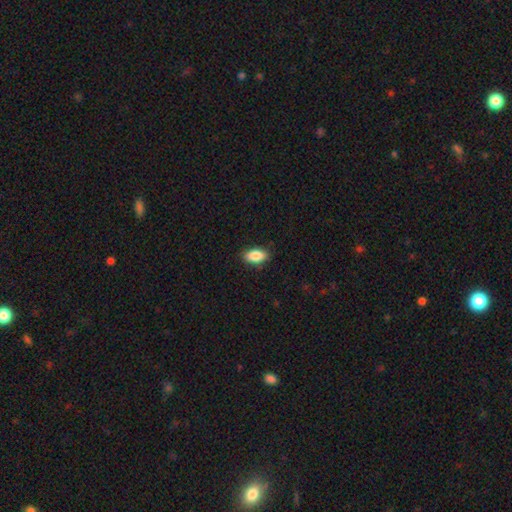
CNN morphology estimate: Smooth or featured?
  - smooth: 85% *
  - featured or disk: 8%
  - star or artifact: 7%
How rounded?
  - in between: 90% *
  - cigar-shaped: 6%
  - round: 5%
Merging?
  - none: 86% *
  - minor disturbance: 11%
  - major disturbance: 2%
  - merger: 1%